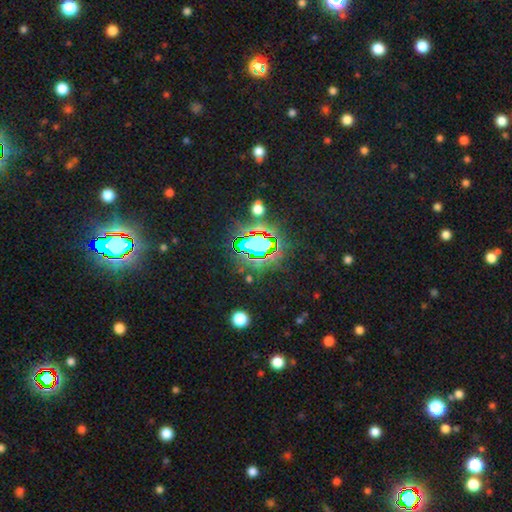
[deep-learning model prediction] Smooth or featured? Predicted: star or artifact (p=0.80).